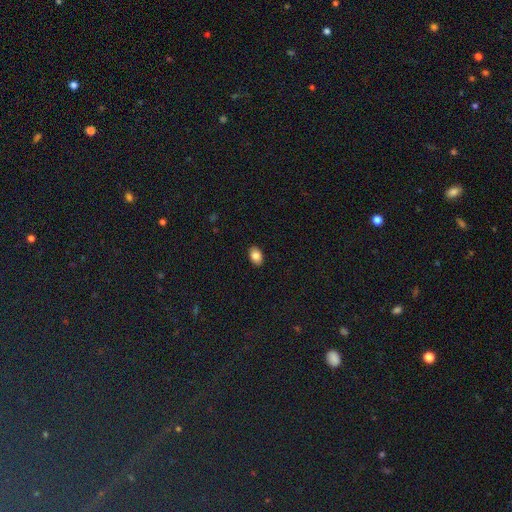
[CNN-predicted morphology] type=smooth (86%); roundness=in between (87%); merging=none (90%).